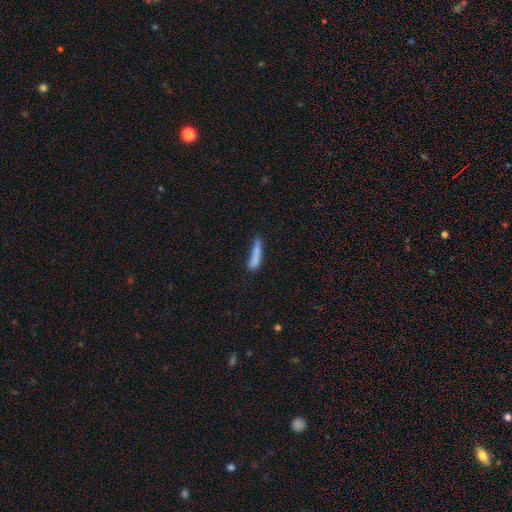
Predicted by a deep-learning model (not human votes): Smooth or featured? smooth (74%)
How rounded? cigar-shaped (83%)
Merging? none (50%)